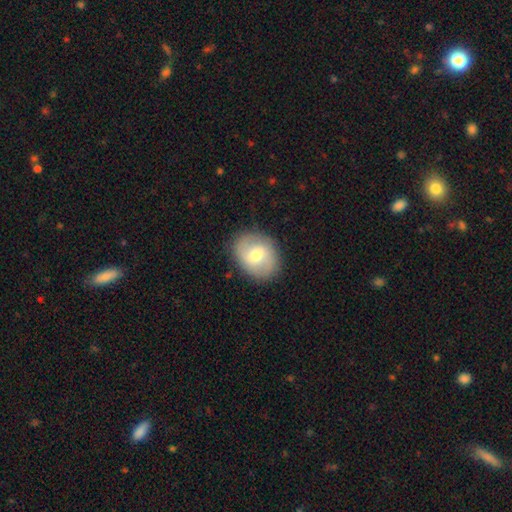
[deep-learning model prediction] A smooth galaxy with no disk features (55%) that is in between round and cigar-shaped (58%).

Vote fractions:
- Smooth or featured? smooth: 55% / featured or disk: 37% / star or artifact: 7%
- How rounded? in between: 58% / round: 41% / cigar-shaped: 1%
- Merging? none: 85% / minor disturbance: 10% / major disturbance: 3% / merger: 1%